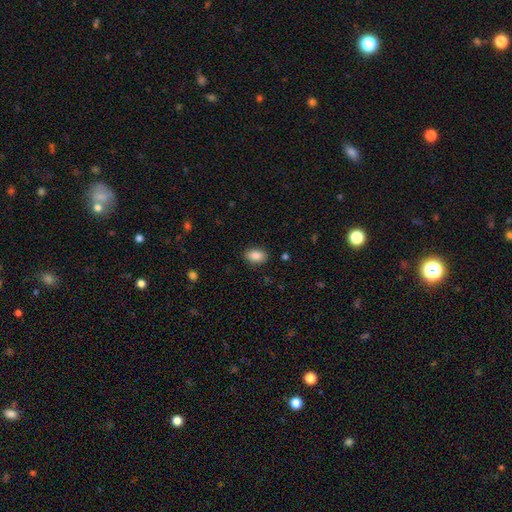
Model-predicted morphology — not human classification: Smooth or featured? smooth (88%)
How rounded? in between (90%)
Merging? none (88%)